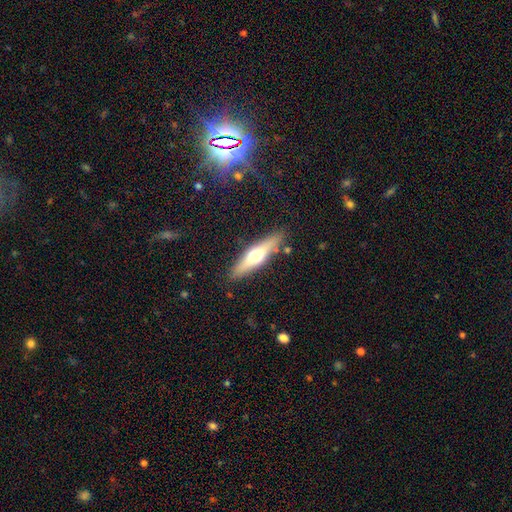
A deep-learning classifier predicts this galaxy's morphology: type=featured or disk (49%); merging=none (85%).